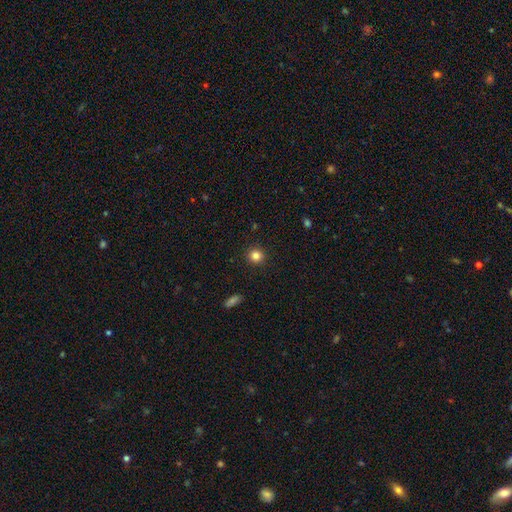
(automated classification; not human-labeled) smooth-or-featured: smooth: 83% | star or artifact: 11% | featured or disk: 5%
  how-rounded: round: 92% | in between: 7% | cigar-shaped: 1%
  merging: none: 92% | minor disturbance: 5% | major disturbance: 2% | merger: 1%